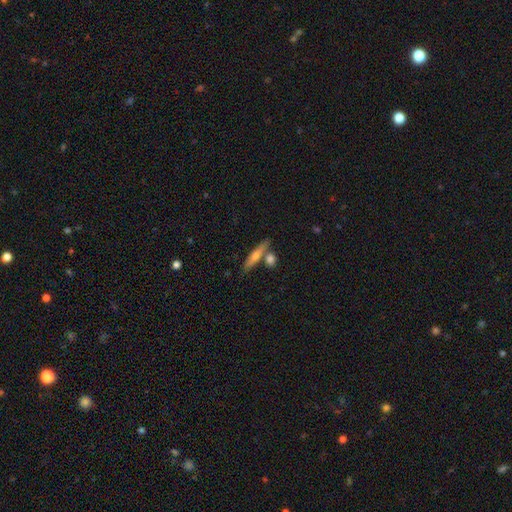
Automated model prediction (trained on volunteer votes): Smooth or featured? Predicted: smooth (p=0.52). How rounded? Predicted: cigar-shaped (p=0.83). Merging? Predicted: none (p=0.70).